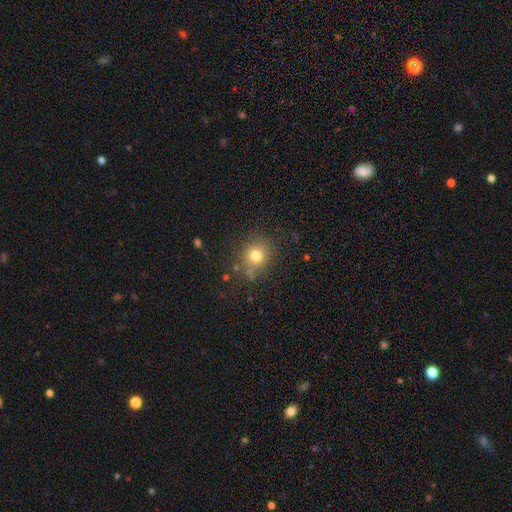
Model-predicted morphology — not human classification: smooth-or-featured: smooth: 75% | star or artifact: 16% | featured or disk: 9%
  how-rounded: round: 85% | in between: 14% | cigar-shaped: 1%
  merging: none: 80% | minor disturbance: 12% | major disturbance: 4% | merger: 4%